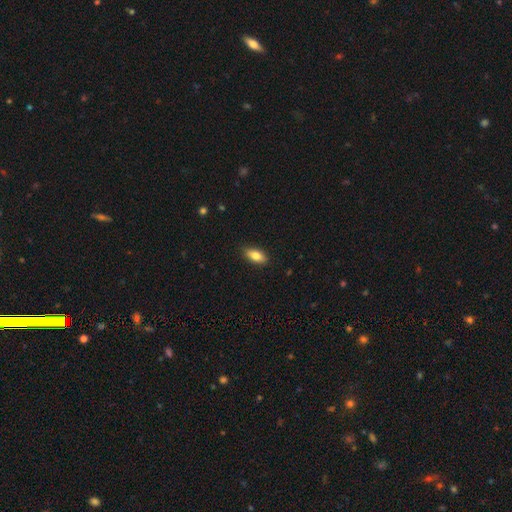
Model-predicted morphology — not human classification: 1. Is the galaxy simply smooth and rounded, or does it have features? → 79% smooth, 15% featured or disk, 7% star or artifact.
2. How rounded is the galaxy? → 84% in between, 13% cigar-shaped, 3% round.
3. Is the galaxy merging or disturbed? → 87% none, 10% minor disturbance, 2% major disturbance, 1% merger.